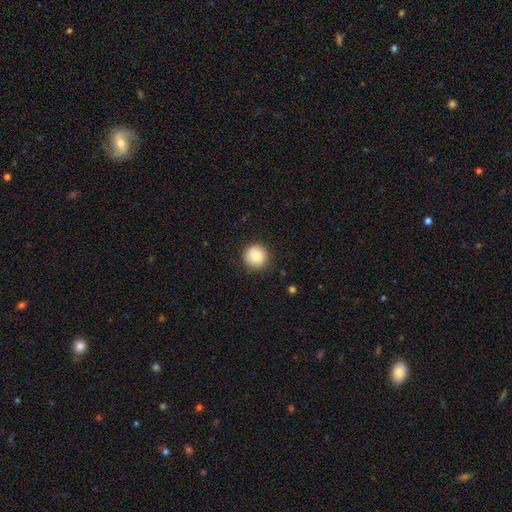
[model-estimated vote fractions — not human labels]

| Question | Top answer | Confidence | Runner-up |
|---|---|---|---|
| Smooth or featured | smooth | 87% | star or artifact (8%) |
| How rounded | round | 95% | in between (4%) |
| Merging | none | 88% | minor disturbance (9%) |